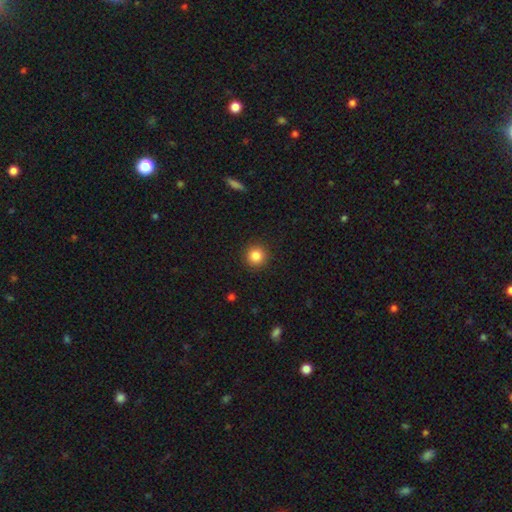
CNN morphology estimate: smooth 84%, star or artifact 11%, featured or disk 5%. Down the decision tree: how rounded — round (94%); merging — none (92%).